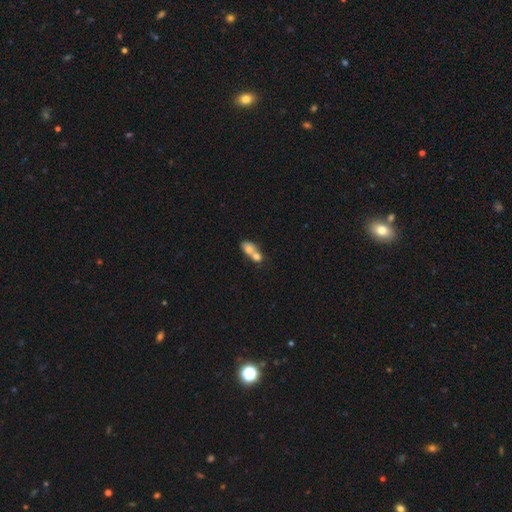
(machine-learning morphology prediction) smooth_or_featured: smooth (p=0.71) [alt: featured or disk p=0.20]
how_rounded: in between (p=0.62) [alt: round p=0.34]
merging: merger (p=0.74) [alt: none p=0.16]